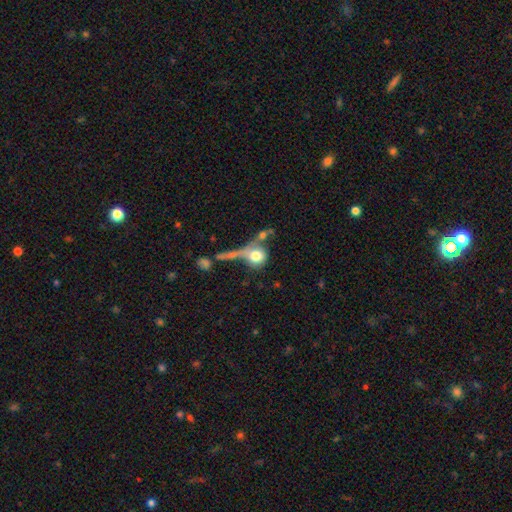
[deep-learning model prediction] Overall: smooth (68%). How rounded: round (78%). Merging: merger (34%; none 31%).